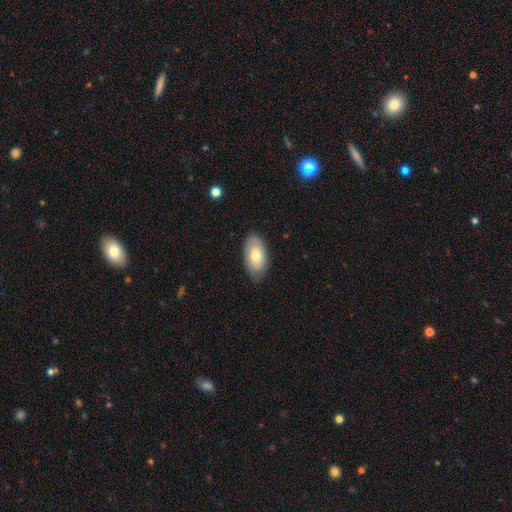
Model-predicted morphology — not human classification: A smooth galaxy with no disk features (73%) that is in between round and cigar-shaped (94%). Merging: none (80%).